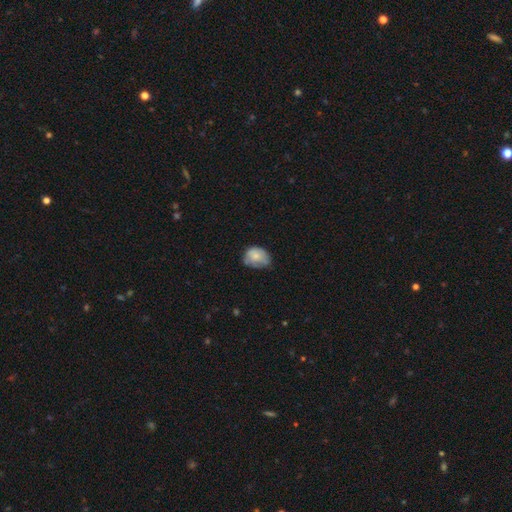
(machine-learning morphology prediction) This is likely a smooth galaxy (69%). How rounded: likely in between (61%). Merging: marginally none (44%).